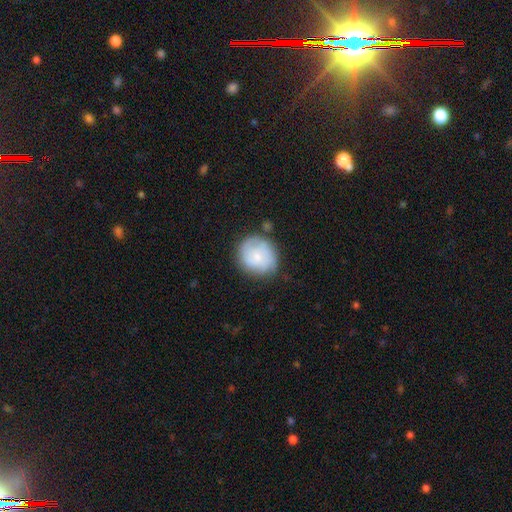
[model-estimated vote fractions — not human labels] This is possibly a smooth galaxy (56%). How rounded: clearly round (81%). Merging: likely none (67%).